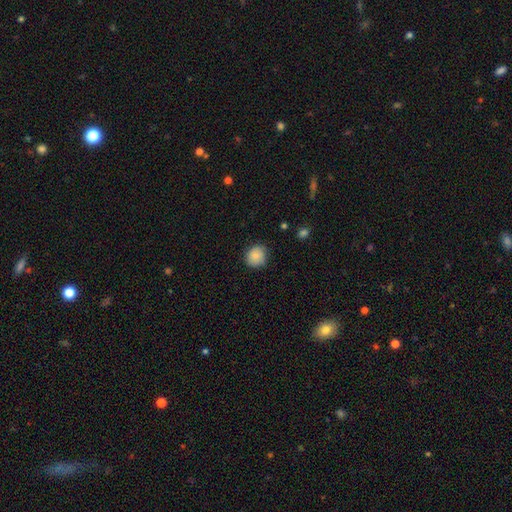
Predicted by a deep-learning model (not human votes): Smooth or featured?
  - smooth: 85% *
  - star or artifact: 8%
  - featured or disk: 7%
How rounded?
  - round: 79% *
  - in between: 20%
  - cigar-shaped: 1%
Merging?
  - none: 76% *
  - minor disturbance: 20%
  - major disturbance: 3%
  - merger: 1%